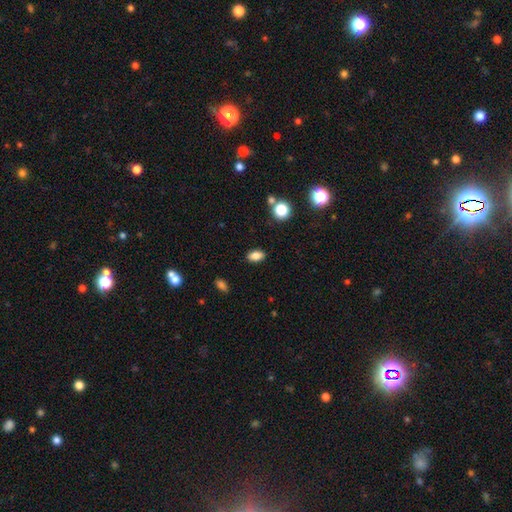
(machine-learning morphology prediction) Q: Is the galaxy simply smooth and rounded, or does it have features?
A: smooth — 82%.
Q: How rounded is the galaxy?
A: in between — 87%.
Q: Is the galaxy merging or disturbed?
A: none — 88%.